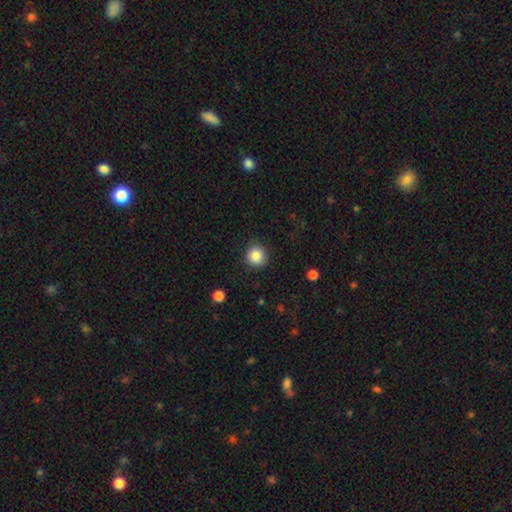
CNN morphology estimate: Smooth or featured? smooth (86%)
How rounded? round (91%)
Merging? none (89%)